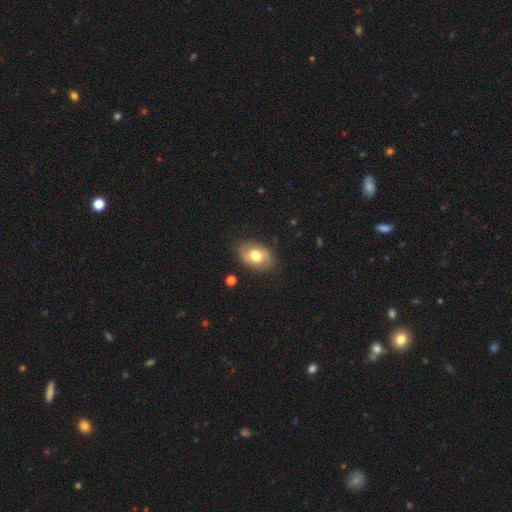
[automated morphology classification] smooth 64%, featured or disk 29%, star or artifact 7%. Down the decision tree: how rounded — in between (83%); merging — none (80%).